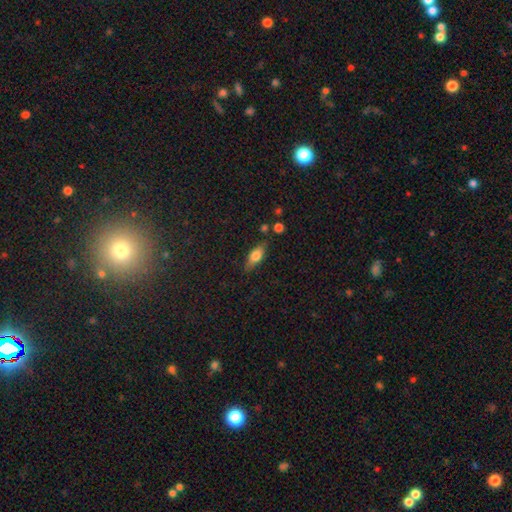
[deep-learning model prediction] Morphology: type=smooth (68%); roundness=in between (73%); merging=none (78%).